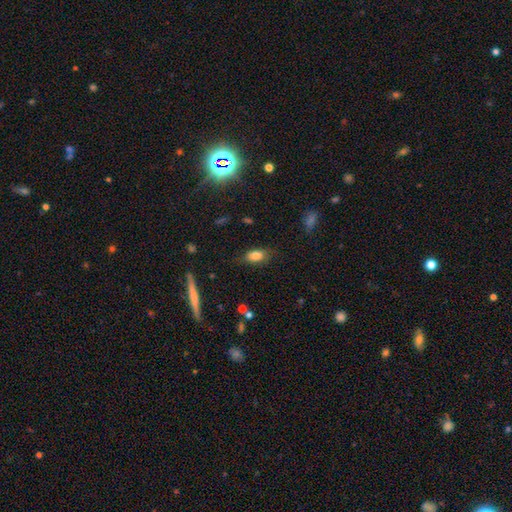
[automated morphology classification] This is likely a smooth galaxy (79%). How rounded: clearly in between (85%). Merging: likely none (72%).